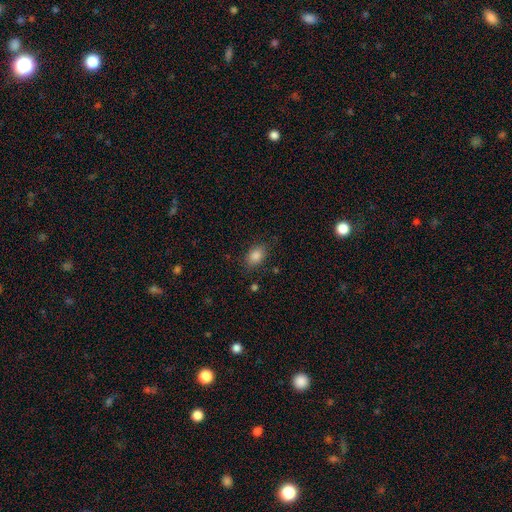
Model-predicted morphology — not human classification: Smooth or featured: smooth — 85% (star or artifact — 9%)
How rounded: in between — 78% (round — 21%)
Merging: none — 82% (minor disturbance — 13%)